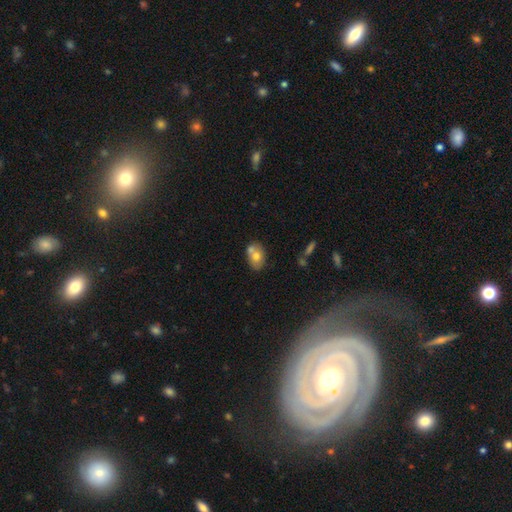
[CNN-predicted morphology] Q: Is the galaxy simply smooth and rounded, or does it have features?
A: smooth — 67%.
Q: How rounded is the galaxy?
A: in between — 77%.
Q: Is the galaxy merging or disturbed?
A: none — 45%.